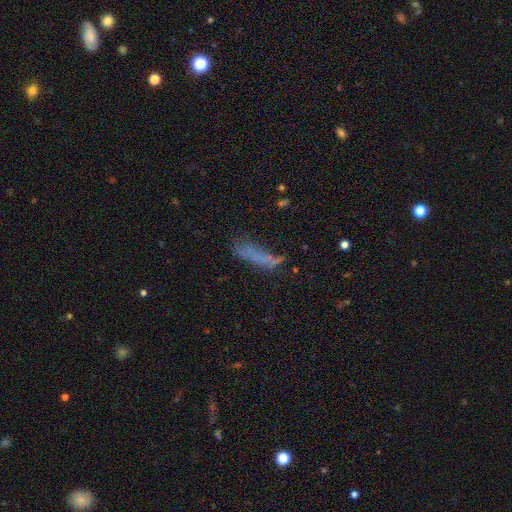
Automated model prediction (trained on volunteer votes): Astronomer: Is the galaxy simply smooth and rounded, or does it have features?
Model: smooth — 62%.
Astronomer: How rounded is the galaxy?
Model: cigar-shaped — 75%.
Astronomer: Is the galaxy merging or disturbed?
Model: none — 51%.